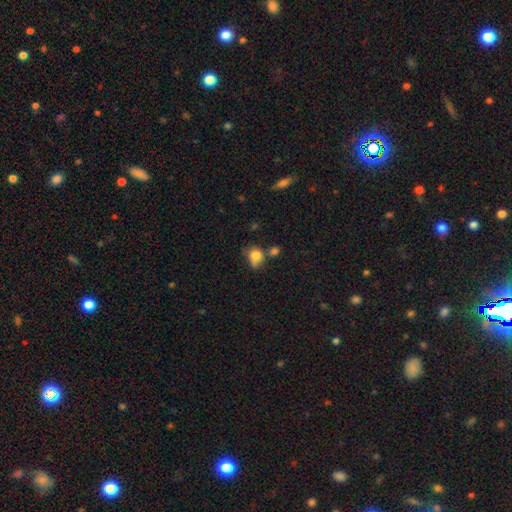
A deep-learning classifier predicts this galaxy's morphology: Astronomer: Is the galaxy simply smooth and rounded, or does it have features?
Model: smooth — 80%.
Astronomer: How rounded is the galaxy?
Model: round — 54% (runner-up: in between, 45%).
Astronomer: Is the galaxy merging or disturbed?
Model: none — 41% (runner-up: minor disturbance, 28%).